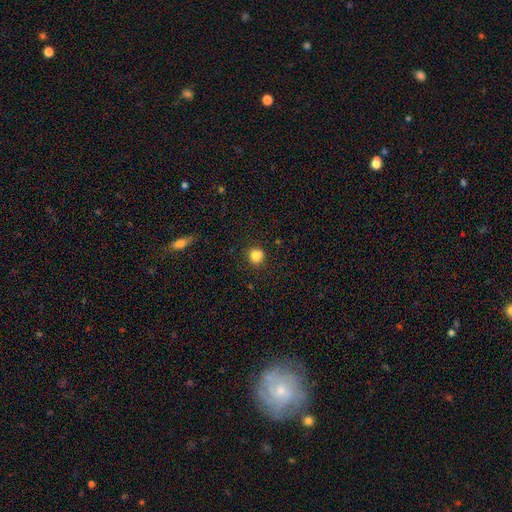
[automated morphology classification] Smooth or featured?
  - smooth: 85% *
  - star or artifact: 11%
  - featured or disk: 4%
How rounded?
  - round: 89% *
  - in between: 10%
  - cigar-shaped: 1%
Merging?
  - none: 88% *
  - minor disturbance: 8%
  - major disturbance: 2%
  - merger: 1%